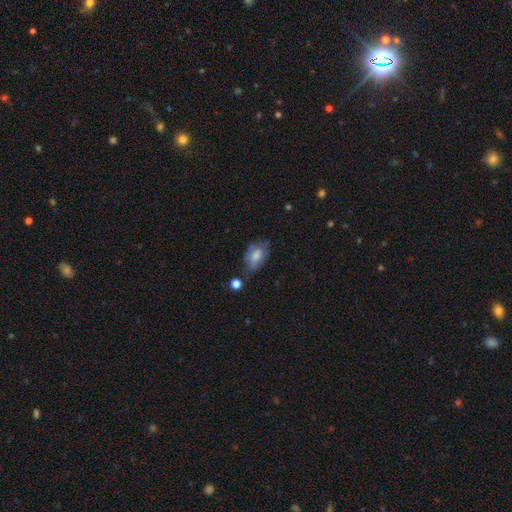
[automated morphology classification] Smooth or featured: smooth — 69% (featured or disk — 23%)
How rounded: in between — 88% (round — 10%)
Merging: none — 46% (minor disturbance — 33%)